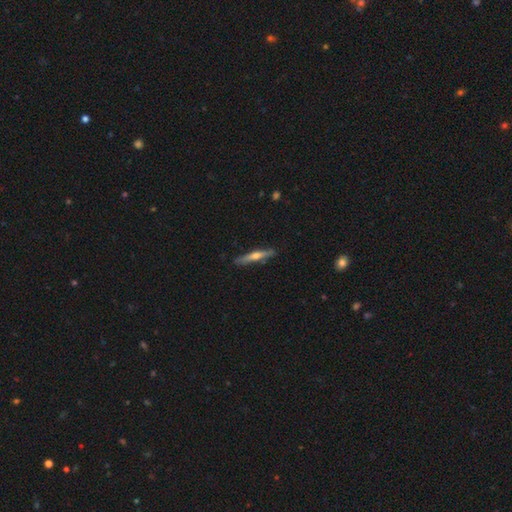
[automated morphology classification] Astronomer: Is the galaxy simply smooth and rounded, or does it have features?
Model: featured or disk — 58% (runner-up: smooth, 36%).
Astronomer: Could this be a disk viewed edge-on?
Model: yes — 96%.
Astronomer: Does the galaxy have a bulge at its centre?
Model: rounded — 87%.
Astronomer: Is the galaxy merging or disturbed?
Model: none — 88%.